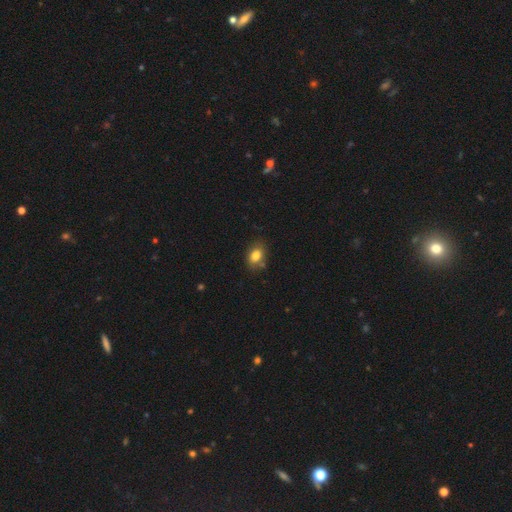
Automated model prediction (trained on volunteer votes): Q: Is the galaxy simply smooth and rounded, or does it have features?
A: smooth — 81%.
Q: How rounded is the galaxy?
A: in between — 73%.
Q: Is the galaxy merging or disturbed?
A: none — 73%.